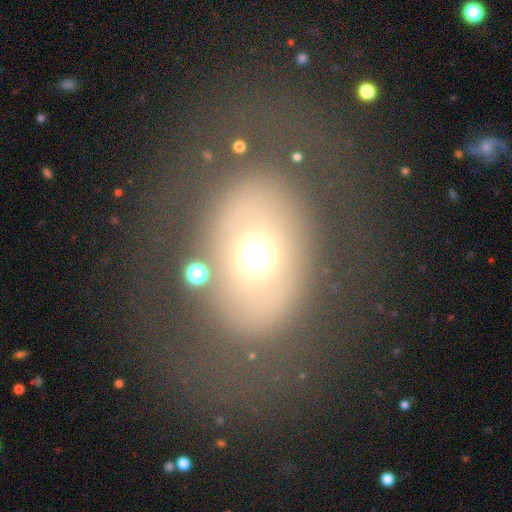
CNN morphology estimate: Smooth or featured? smooth (50%)
Merging? none (77%)